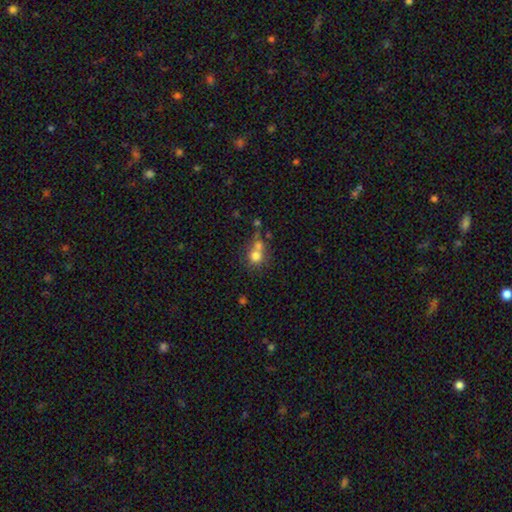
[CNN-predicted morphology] A smooth galaxy with no disk features (72%) that is round (82%).

Vote fractions:
- Smooth or featured? smooth: 72% / featured or disk: 14% / star or artifact: 13%
- How rounded? round: 82% / in between: 17% / cigar-shaped: 1%
- Merging? merger: 46% / none: 40% / minor disturbance: 9% / major disturbance: 5%